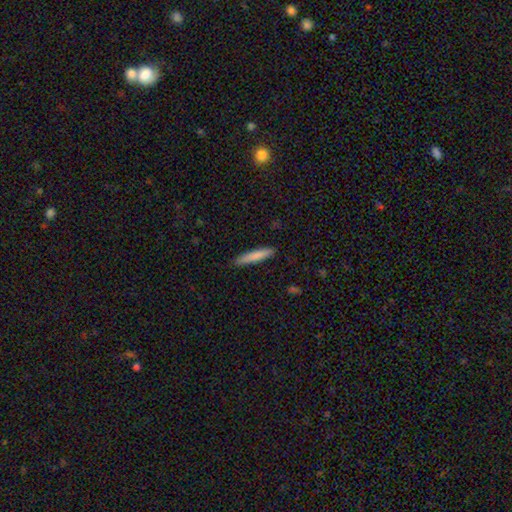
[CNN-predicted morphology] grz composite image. It shows a smooth galaxy with no disk features (81%) that is cigar-shaped (91%). Merging: none (89%).